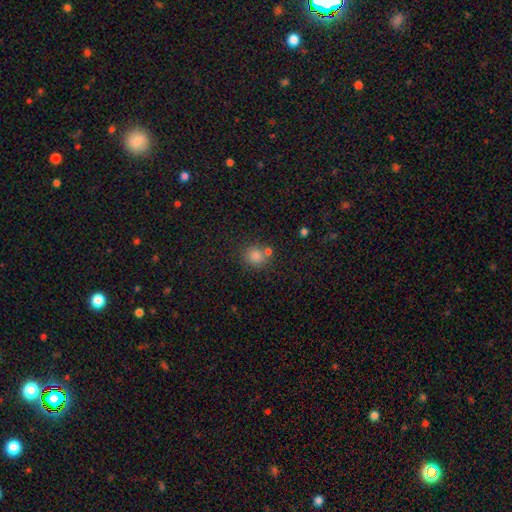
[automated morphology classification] Smooth or featured: smooth — 79% (star or artifact — 14%)
How rounded: round — 81% (in between — 18%)
Merging: none — 67% (merger — 18%)